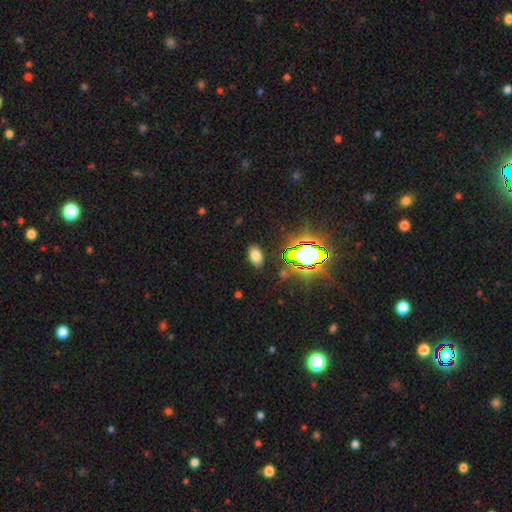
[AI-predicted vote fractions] Q: Smooth or featured?
A: smooth (71%); runner-up: star or artifact (22%)
Q: How rounded?
A: in between (91%); runner-up: round (7%)
Q: Merging?
A: none (87%); runner-up: minor disturbance (9%)